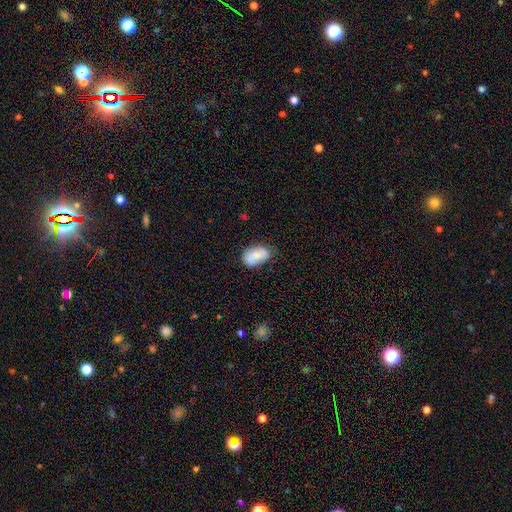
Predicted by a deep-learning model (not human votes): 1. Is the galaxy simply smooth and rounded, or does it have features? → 76% smooth, 17% featured or disk, 7% star or artifact.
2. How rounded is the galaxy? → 91% in between, 8% round, 2% cigar-shaped.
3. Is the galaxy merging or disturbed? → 62% none, 29% minor disturbance, 6% major disturbance, 3% merger.